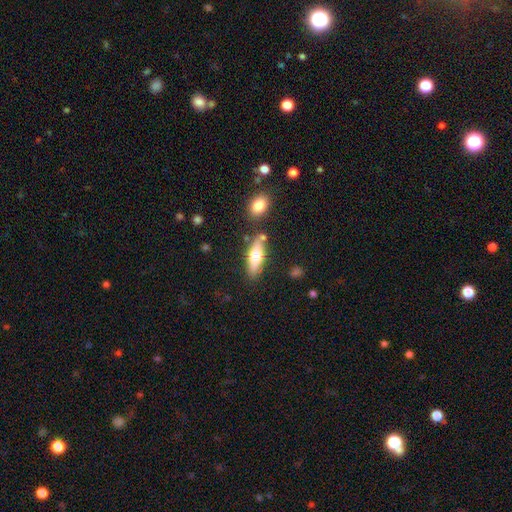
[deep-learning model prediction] A smooth galaxy with no disk features (61%) that is in between round and cigar-shaped (52%). Merging: none (72%).